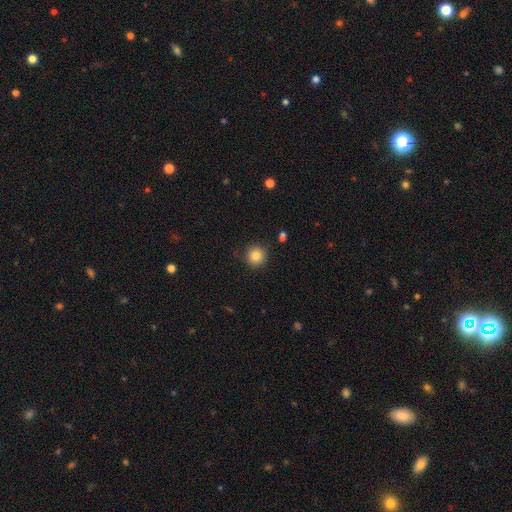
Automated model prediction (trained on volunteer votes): Morphology: type=smooth (84%); roundness=round (94%); merging=none (86%).